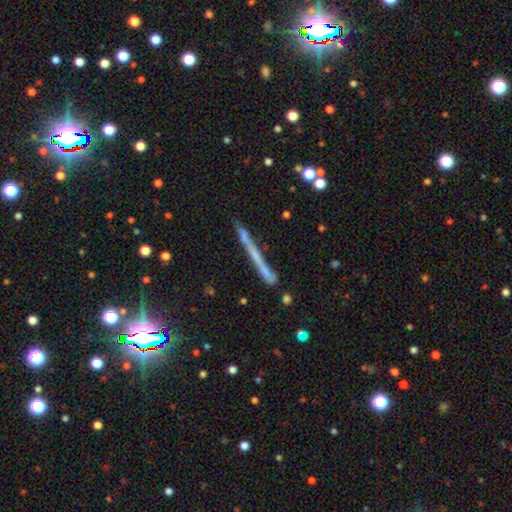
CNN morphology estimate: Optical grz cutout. It shows a featured or disk galaxy (49%). Merging: none (75%).